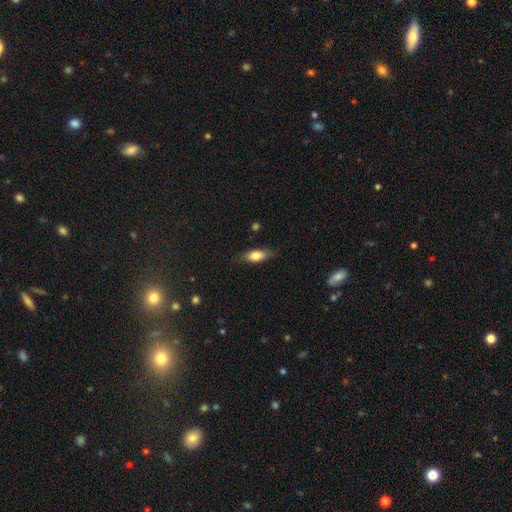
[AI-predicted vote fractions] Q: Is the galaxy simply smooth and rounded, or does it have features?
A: smooth — 76%.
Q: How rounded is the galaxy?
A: in between — 74%.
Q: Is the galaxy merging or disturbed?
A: none — 74%.